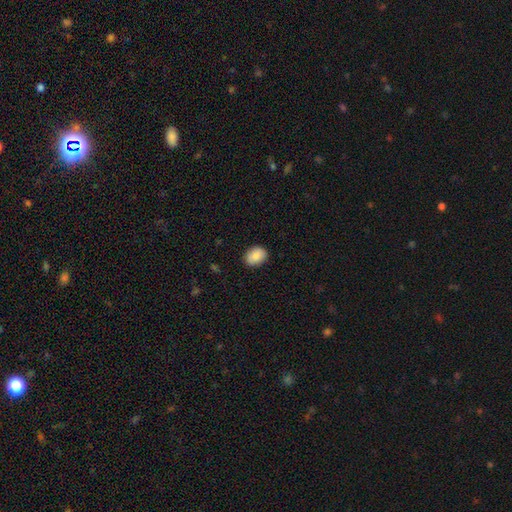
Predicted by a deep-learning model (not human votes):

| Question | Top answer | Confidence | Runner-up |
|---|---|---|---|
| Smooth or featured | smooth | 88% | star or artifact (7%) |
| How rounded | in between | 65% | round (34%) |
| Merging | none | 86% | minor disturbance (10%) |